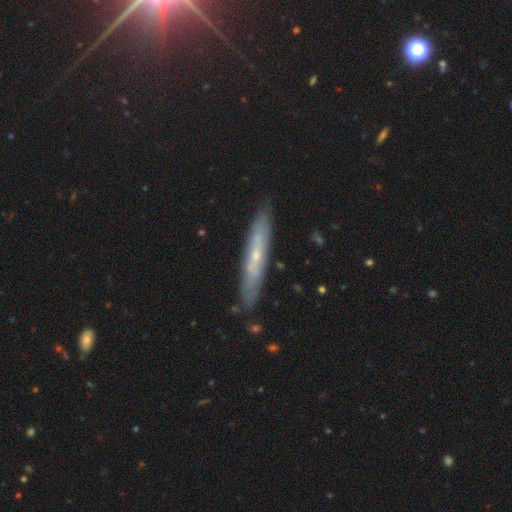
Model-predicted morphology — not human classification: Smooth or featured? Predicted: featured or disk (p=0.60). Edge-on disk? Predicted: yes (p=0.74). Merging? Predicted: none (p=0.84).